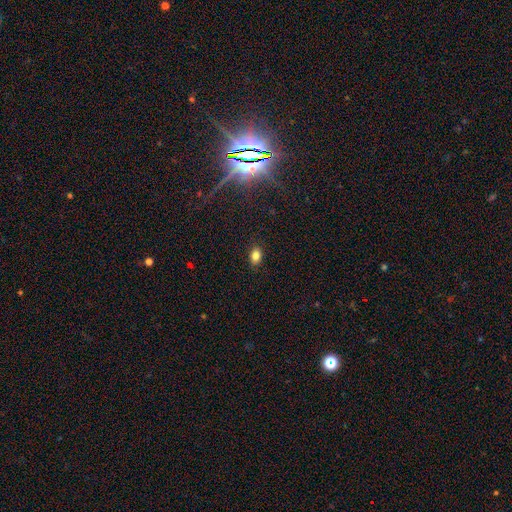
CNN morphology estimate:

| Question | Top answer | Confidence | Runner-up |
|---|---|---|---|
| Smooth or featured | smooth | 83% | star or artifact (11%) |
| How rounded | in between | 75% | round (24%) |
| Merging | none | 88% | minor disturbance (9%) |